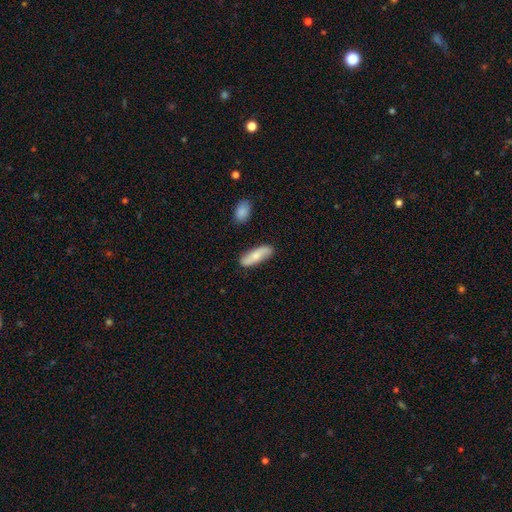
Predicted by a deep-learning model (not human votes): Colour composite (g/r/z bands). It shows a smooth galaxy with no disk features (67%) that is in between round and cigar-shaped (56%). Merging: none (82%).